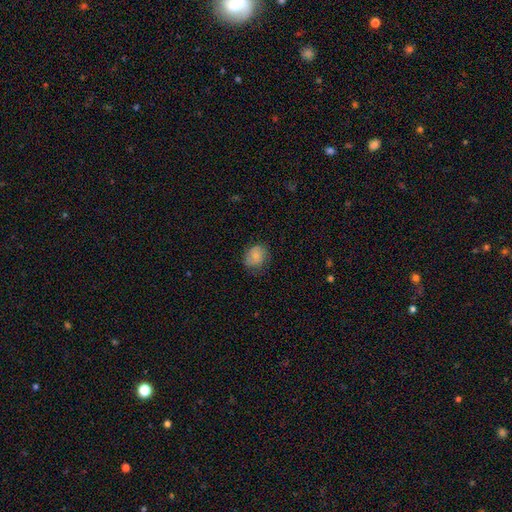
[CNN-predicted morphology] Smooth or featured? smooth (77%)
How rounded? round (64%)
Merging? none (72%)